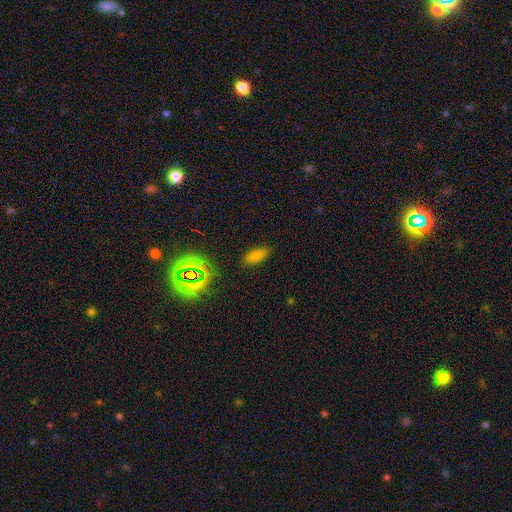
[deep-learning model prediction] This appears to be a smooth galaxy with no disk features (73%) that is in between round and cigar-shaped (79%). Merging: none (84%).